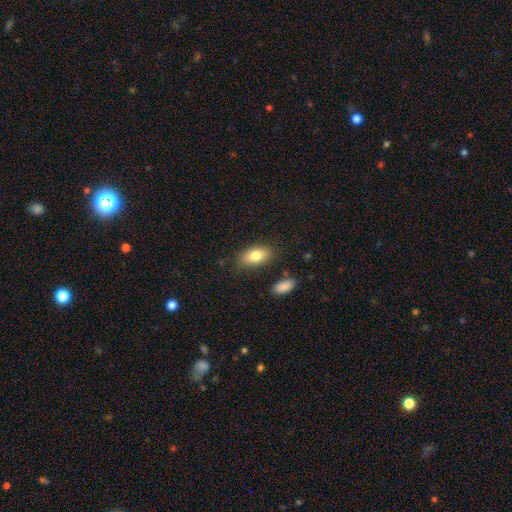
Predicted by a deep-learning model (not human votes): Smooth or featured? smooth (80%)
How rounded? in between (89%)
Merging? none (82%)